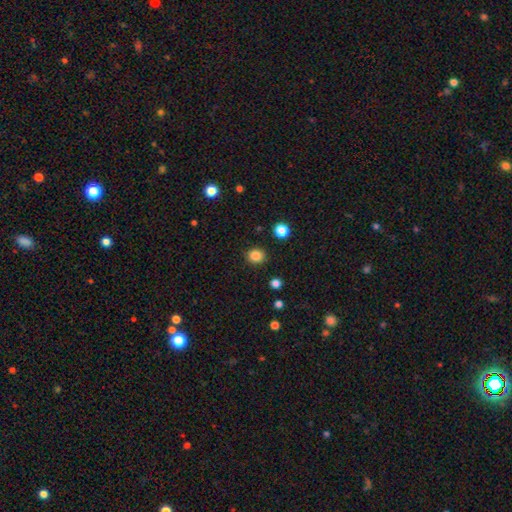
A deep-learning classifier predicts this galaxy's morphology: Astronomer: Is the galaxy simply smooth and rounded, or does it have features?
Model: smooth — 85%.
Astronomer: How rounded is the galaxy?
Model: round — 80%.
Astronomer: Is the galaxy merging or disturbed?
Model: none — 90%.